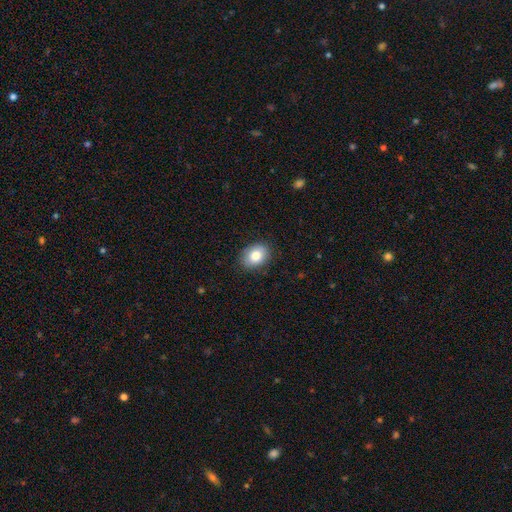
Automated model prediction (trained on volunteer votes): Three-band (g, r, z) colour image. It shows a smooth galaxy with no disk features (83%) that is in between round and cigar-shaped (73%). Merging: none (87%).